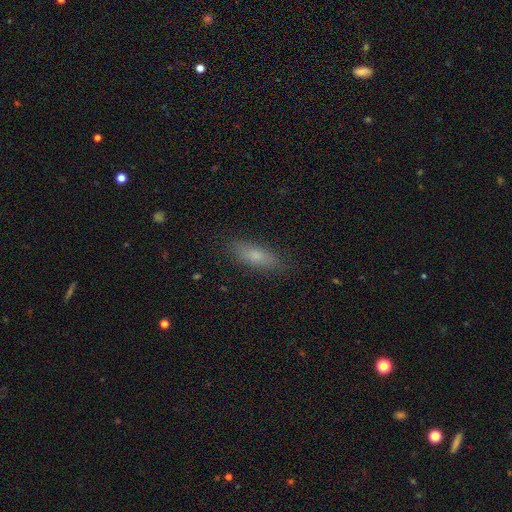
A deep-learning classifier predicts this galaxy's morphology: A smooth galaxy with no disk features (73%) that is in between round and cigar-shaped (55%).

Vote fractions:
- Smooth or featured? smooth: 73% / featured or disk: 19% / star or artifact: 9%
- How rounded? in between: 55% / cigar-shaped: 42% / round: 3%
- Merging? none: 84% / minor disturbance: 12% / major disturbance: 3% / merger: 1%